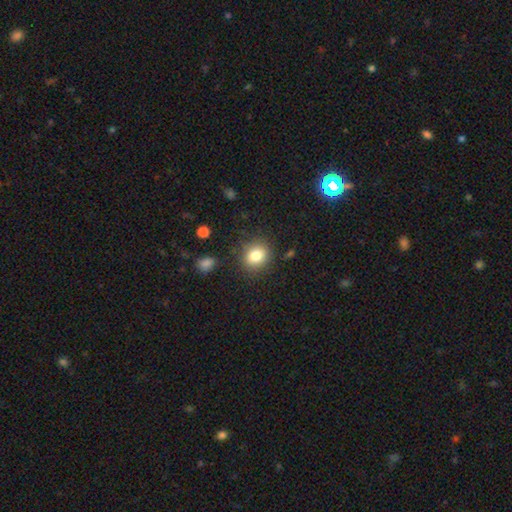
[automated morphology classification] Smooth or featured?
  - smooth: 82% *
  - star or artifact: 10%
  - featured or disk: 8%
How rounded?
  - round: 65% *
  - in between: 34%
  - cigar-shaped: 1%
Merging?
  - none: 84% *
  - minor disturbance: 11%
  - major disturbance: 3%
  - merger: 2%